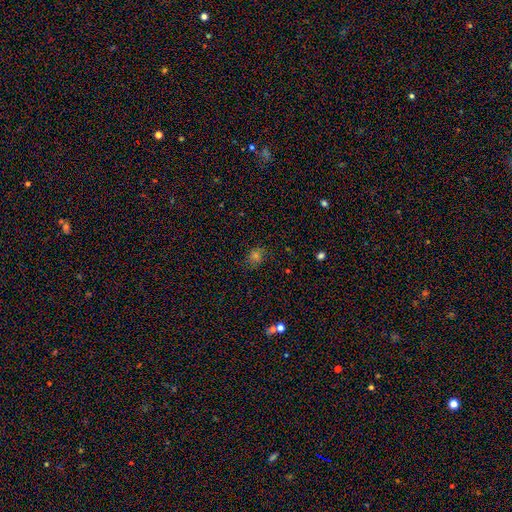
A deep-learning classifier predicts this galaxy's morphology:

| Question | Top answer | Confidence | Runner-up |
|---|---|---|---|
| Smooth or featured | smooth | 52% | star or artifact (34%) |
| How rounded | round | 61% | in between (38%) |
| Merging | none | 72% | minor disturbance (18%) |